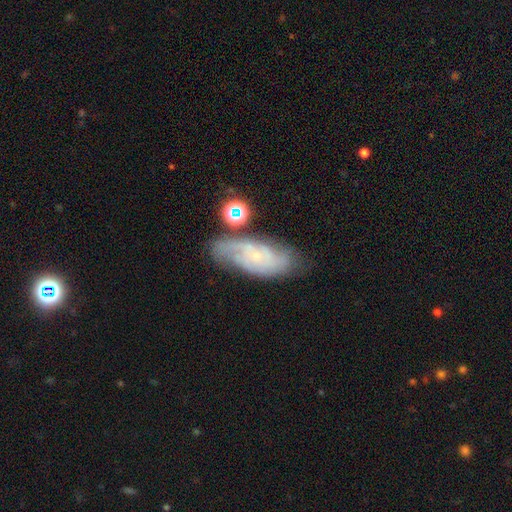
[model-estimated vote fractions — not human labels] The model was most divided on "spiral winding": tight: 50%, medium: 36%, loose: 14%. Remaining: edge-on disk — no (91%); spiral arms — yes (87%); bulge size — small (82%); bar — no (74%); smooth or featured — featured or disk (69%); merging — none (58%); spiral arm count — can't tell (44%).